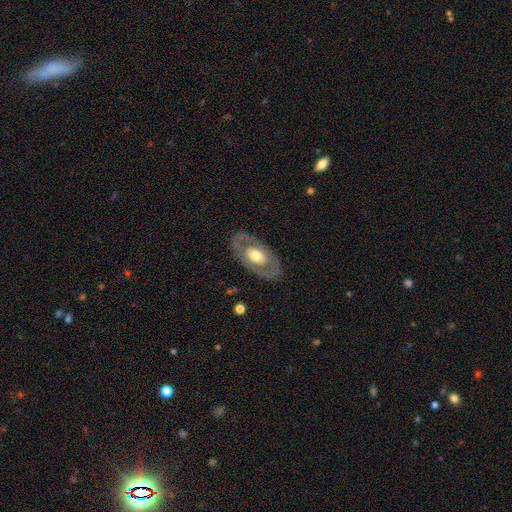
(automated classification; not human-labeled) Smooth or featured? Predicted: featured or disk (p=0.57). Edge-on disk? Predicted: no (p=0.88). Bar? Predicted: no (p=0.81). Spiral arms? Predicted: no (p=0.82). Bulge size? Predicted: moderate (p=0.62). Merging? Predicted: none (p=0.82).